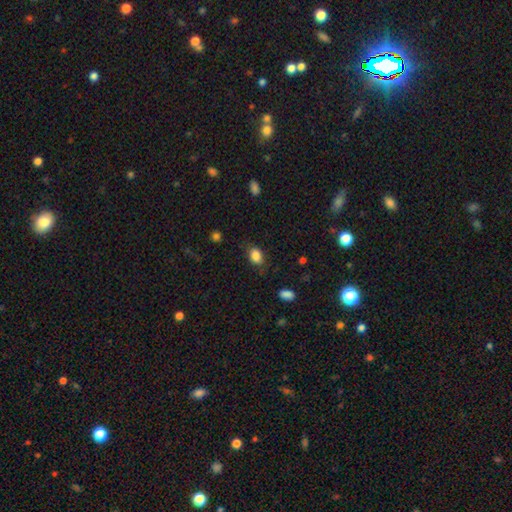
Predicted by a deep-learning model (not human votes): A smooth galaxy with no disk features (86%) that is in between round and cigar-shaped (81%).

Vote fractions:
- Smooth or featured? smooth: 86% / star or artifact: 8% / featured or disk: 5%
- How rounded? in between: 81% / round: 18% / cigar-shaped: 1%
- Merging? none: 75% / minor disturbance: 18% / major disturbance: 5% / merger: 2%